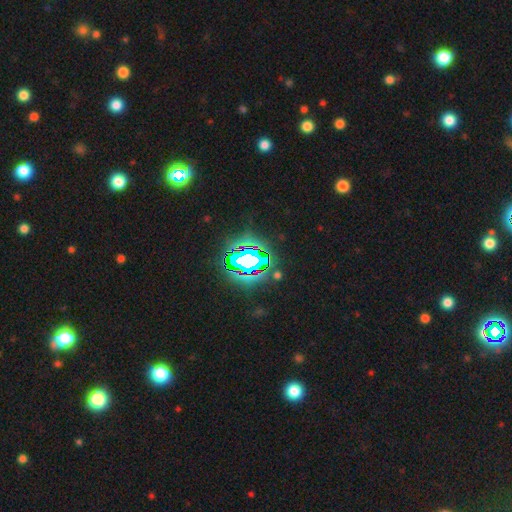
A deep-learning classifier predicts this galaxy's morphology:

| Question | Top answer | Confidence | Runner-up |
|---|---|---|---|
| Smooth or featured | star or artifact | 70% | smooth (16%) |